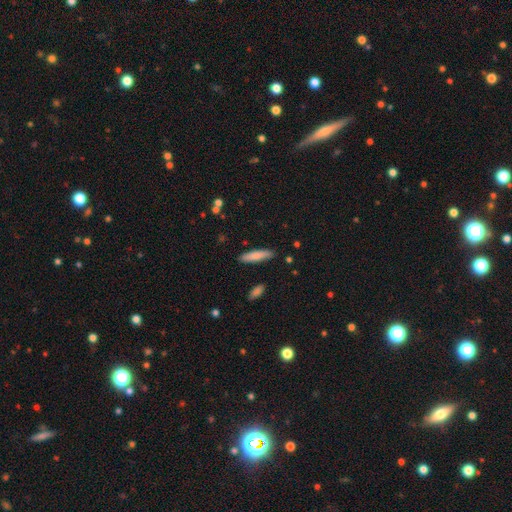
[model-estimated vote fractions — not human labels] Smooth or featured?
  - smooth: 79% *
  - featured or disk: 15%
  - star or artifact: 6%
How rounded?
  - cigar-shaped: 79% *
  - in between: 20%
  - round: 1%
Merging?
  - none: 88% *
  - minor disturbance: 8%
  - merger: 2%
  - major disturbance: 2%